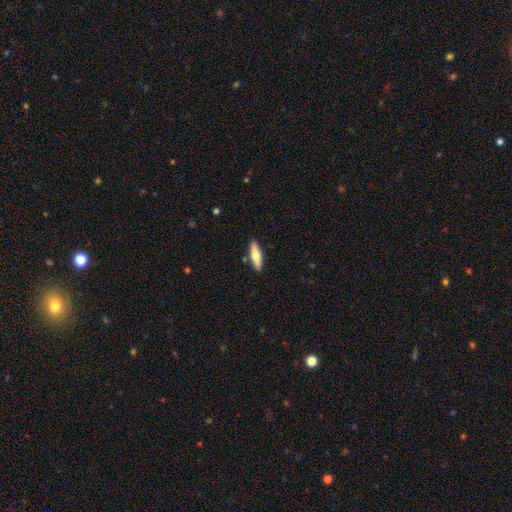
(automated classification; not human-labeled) This is likely a smooth galaxy (63%). How rounded: likely cigar-shaped (61%). Merging: clearly none (87%).